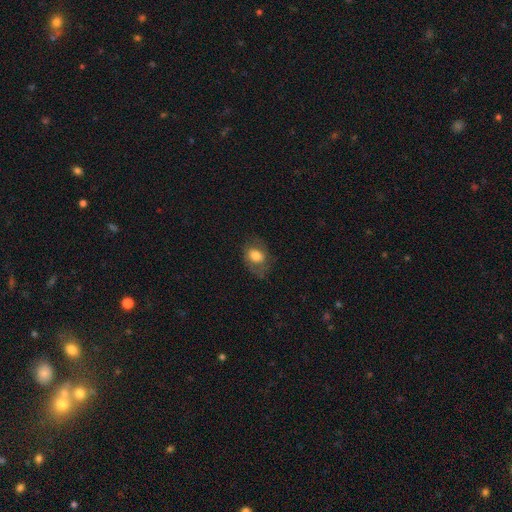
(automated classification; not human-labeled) Overall: smooth (69%). How rounded: in between (59%; round 39%). Merging: none (61%; minor disturbance 24%).